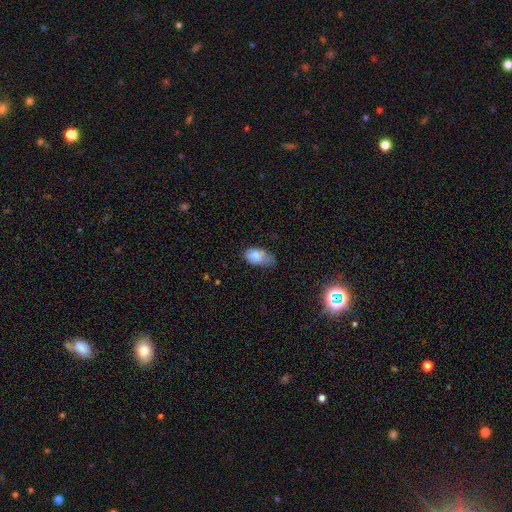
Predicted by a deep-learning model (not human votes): smooth_or_featured: smooth (p=0.76) [alt: featured or disk p=0.15]
how_rounded: in between (p=0.92) [alt: round p=0.06]
merging: minor disturbance (p=0.44) [alt: none p=0.33]